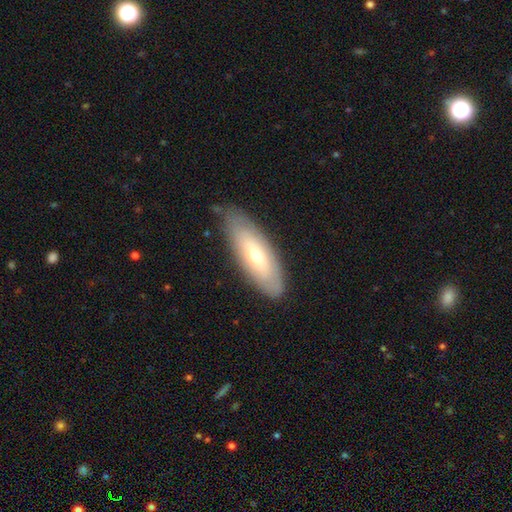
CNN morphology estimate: Smooth or featured? smooth (60%)
How rounded? in between (61%)
Merging? none (78%)